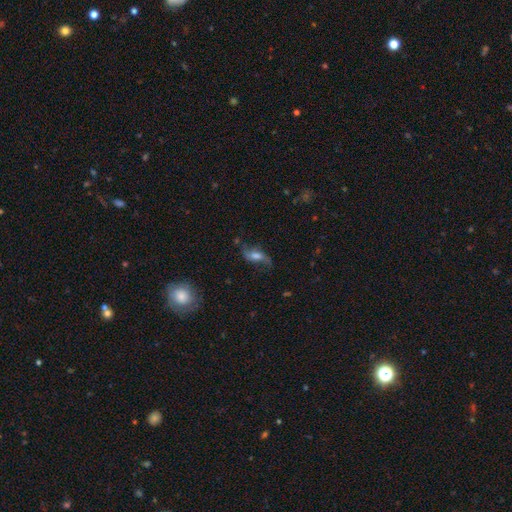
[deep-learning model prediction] A featured or disk galaxy (63%) with no bar (40%, tied with weak), spiral arms (88%) and a moderate central bulge (48%).

Vote fractions:
- Smooth or featured? featured or disk: 63% / smooth: 27% / star or artifact: 10%
- Edge-on disk? no: 87% / yes: 13%
- Bar? no: 40% (tied) / weak: 40% (tied) / strong: 20%
- Spiral arms? yes: 88% / no: 12%
- Bulge size? moderate: 48% / small: 22% / large: 18% / none: 9% / dominant: 3%
- Merging? none: 62% / minor disturbance: 21% / major disturbance: 14% / merger: 3%